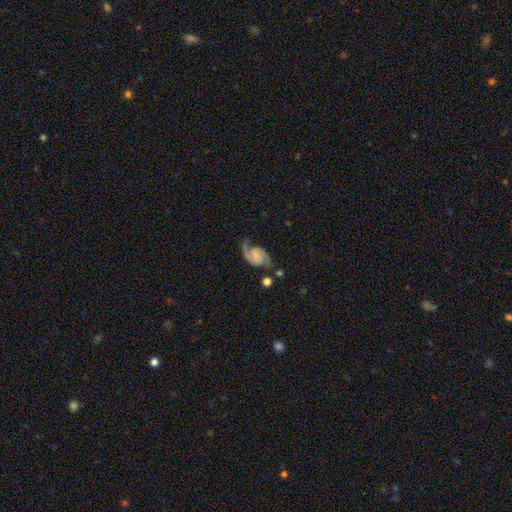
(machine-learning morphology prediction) This is clearly a featured or disk galaxy (86%). It is clearly not viewed edge-on (98%). Bar: possibly no (49%). Spiral arm pattern: clearly yes (97%). Spiral arm count: clearly 2 (93%). Spiral winding: possibly medium (53%). Central bulge: possibly none (47%). Merging: likely none (69%).